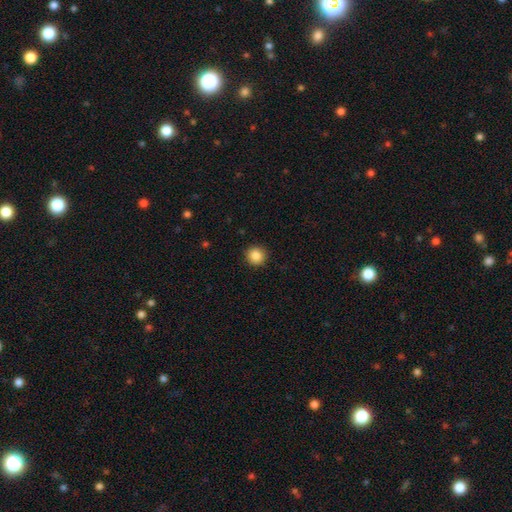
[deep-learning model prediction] smooth_or_featured: smooth (p=0.87) [alt: star or artifact p=0.10]
how_rounded: round (p=0.94) [alt: in between p=0.05]
merging: none (p=0.92) [alt: minor disturbance p=0.05]